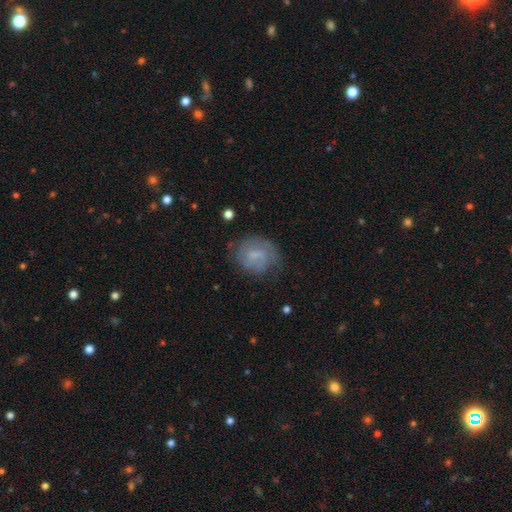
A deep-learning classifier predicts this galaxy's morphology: Smooth or featured? featured or disk (46%, tied with smooth)
Merging? none (60%)